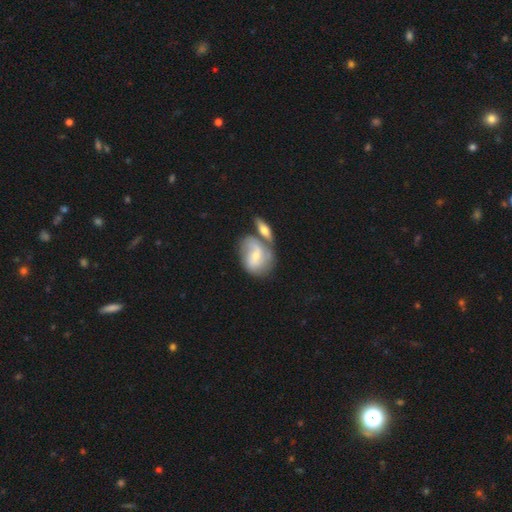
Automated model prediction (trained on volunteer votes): Smooth or featured? featured or disk (55%)
Edge-on disk? no (93%)
Bar? no (46%)
Spiral arms? yes (75%)
Bulge size? small (59%)
Merging? merger (43%)